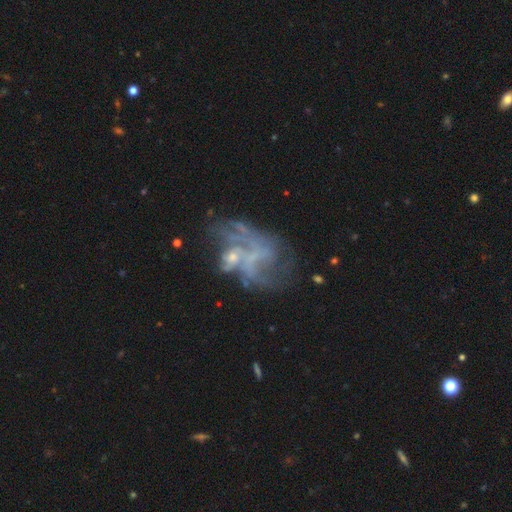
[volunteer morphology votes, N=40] smooth-or-featured: featured or disk: 80% | smooth: 10% | star or artifact: 10%
  disk-edge-on: no: 100% | yes: 0%
    bar: no: 72% | weak: 25% | strong: 3%
    has-spiral-arms: yes: 69% | no: 31%
      spiral-winding: loose: 59% | medium: 32% | tight: 9%
      spiral-arm-count: can't tell: 41% | 2: 32% | 3: 23% | 4: 5% | 1: 0% | more than 4: 0%
    bulge-size: none: 72% | small: 25% | moderate: 3% | dominant: 0% | large: 0%
  merging: merger: 50% | major disturbance: 36% | none: 8% | minor disturbance: 6%